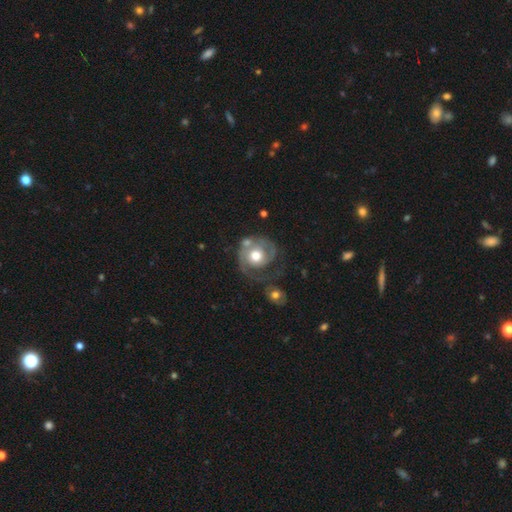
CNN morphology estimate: Smooth or featured?
  - featured or disk: 77% *
  - smooth: 18%
  - star or artifact: 5%
Edge-on disk?
  - no: 98% *
  - yes: 2%
Bar?
  - no: 81% *
  - weak: 16%
  - strong: 3%
Spiral arms?
  - yes: 89% *
  - no: 11%
Spiral winding?
  - tight: 57% *
  - medium: 30%
  - loose: 13%
Spiral arm count?
  - 1: 51% *
  - 2: 35%
  - can't tell: 9%
  - 3: 3%
  - 4: 1%
  - more than 4: 1%
Bulge size?
  - moderate: 66% *
  - large: 26%
  - small: 5%
  - dominant: 2%
  - none: 1%
Merging?
  - none: 48% *
  - major disturbance: 19%
  - minor disturbance: 18%
  - merger: 15%